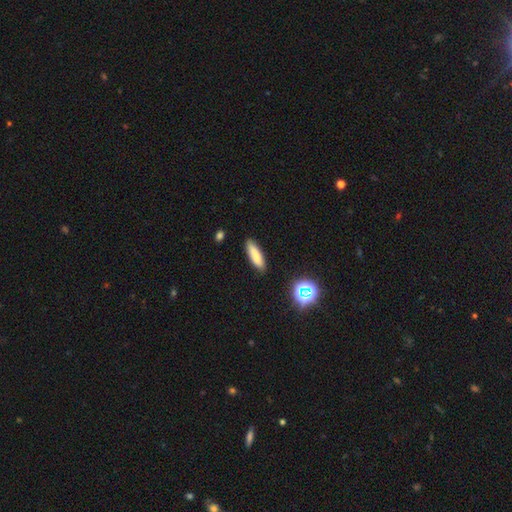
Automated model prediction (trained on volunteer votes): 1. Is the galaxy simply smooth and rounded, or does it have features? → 80% smooth, 11% featured or disk, 9% star or artifact.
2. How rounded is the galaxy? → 63% cigar-shaped, 35% in between, 2% round.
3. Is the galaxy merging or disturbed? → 88% none, 9% minor disturbance, 2% major disturbance, 2% merger.